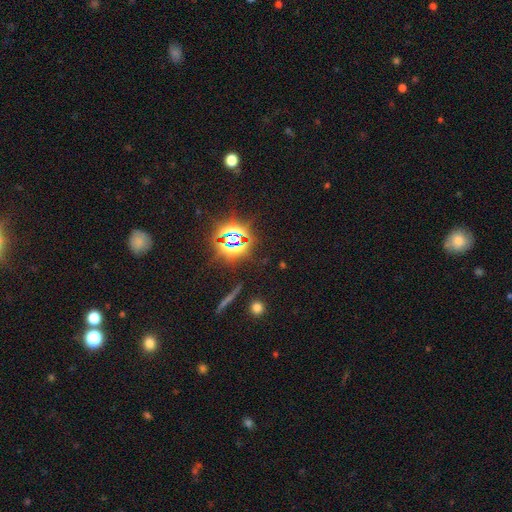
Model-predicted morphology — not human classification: Smooth or featured? star or artifact (79%)